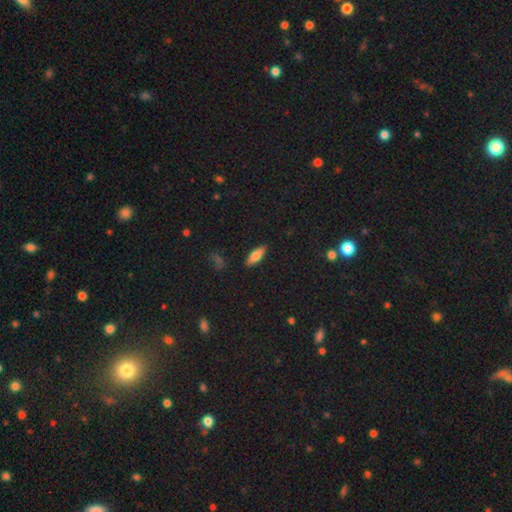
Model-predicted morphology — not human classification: Q: Smooth or featured?
A: smooth (73%); runner-up: featured or disk (19%)
Q: How rounded?
A: in between (70%); runner-up: cigar-shaped (28%)
Q: Merging?
A: none (88%); runner-up: minor disturbance (8%)